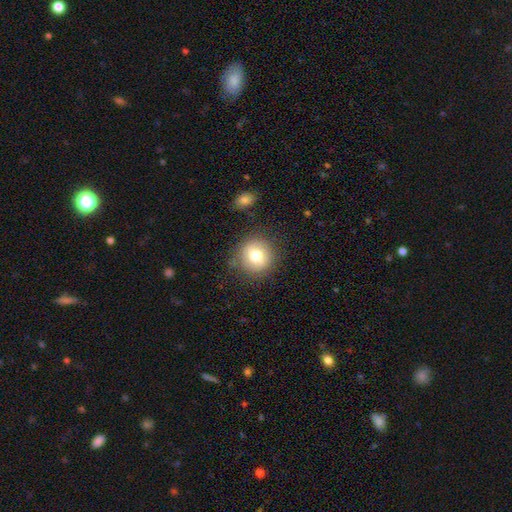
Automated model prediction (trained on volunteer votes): Smooth or featured? smooth (75%)
How rounded? round (90%)
Merging? none (81%)